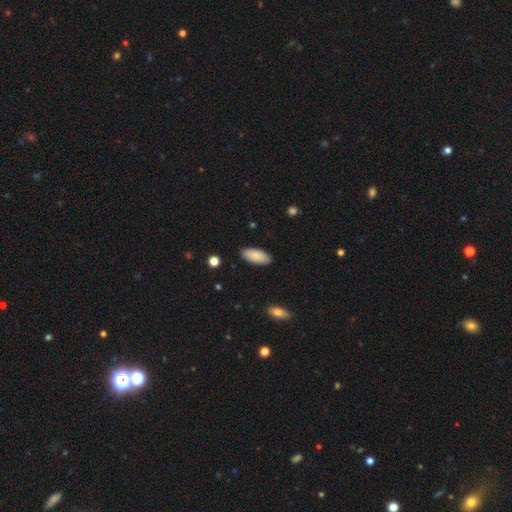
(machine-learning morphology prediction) A smooth galaxy with no disk features (86%) that is in between round and cigar-shaped (89%). Merging: none (88%).